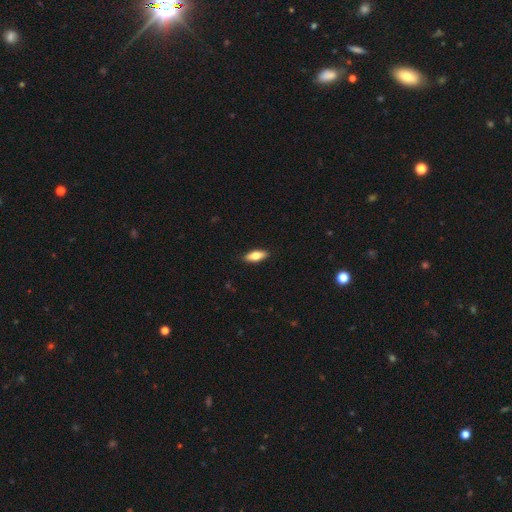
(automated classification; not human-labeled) Smooth or featured? smooth (73%)
How rounded? in between (75%)
Merging? none (90%)